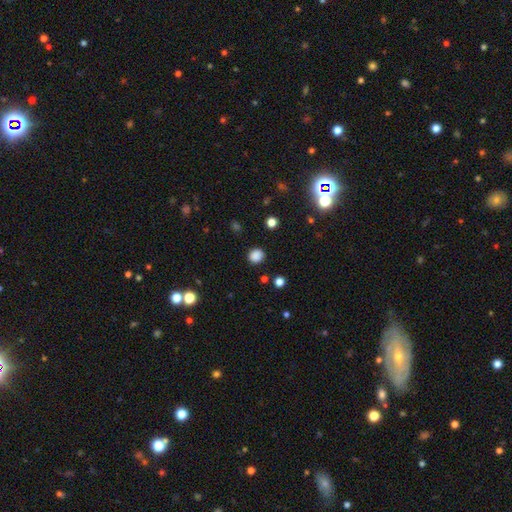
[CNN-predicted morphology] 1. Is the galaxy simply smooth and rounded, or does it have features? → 85% smooth, 12% star or artifact, 3% featured or disk.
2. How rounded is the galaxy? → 81% round, 18% in between, 1% cigar-shaped.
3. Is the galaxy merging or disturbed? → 88% none, 8% minor disturbance, 3% major disturbance, 2% merger.